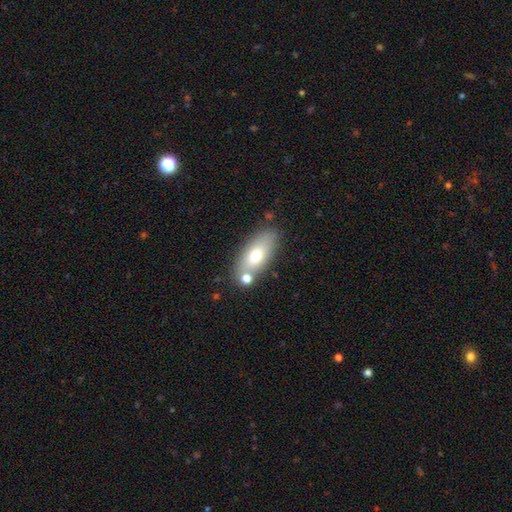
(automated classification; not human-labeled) The model was most divided on "smooth or featured": smooth: 69%, featured or disk: 23%, star or artifact: 8%. More confident: how rounded — in between (81%); merging — none (72%).